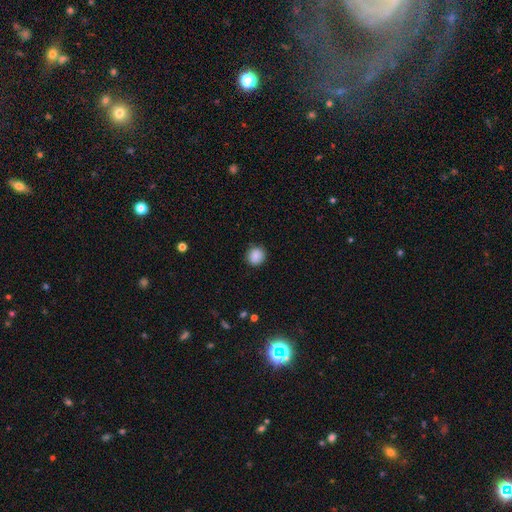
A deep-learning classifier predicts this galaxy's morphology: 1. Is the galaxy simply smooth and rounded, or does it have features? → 88% smooth, 9% star or artifact, 3% featured or disk.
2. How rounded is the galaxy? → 90% round, 9% in between, 1% cigar-shaped.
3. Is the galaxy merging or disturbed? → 88% none, 9% minor disturbance, 2% major disturbance, 1% merger.